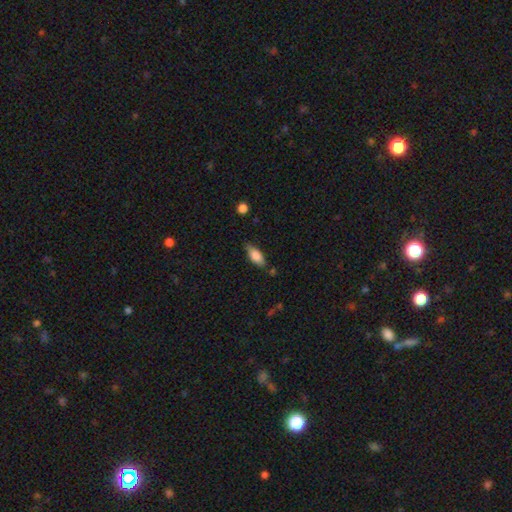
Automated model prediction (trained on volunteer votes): This appears to be a smooth galaxy with no disk features (82%) that is in between round and cigar-shaped (79%). Merging: none (74%).